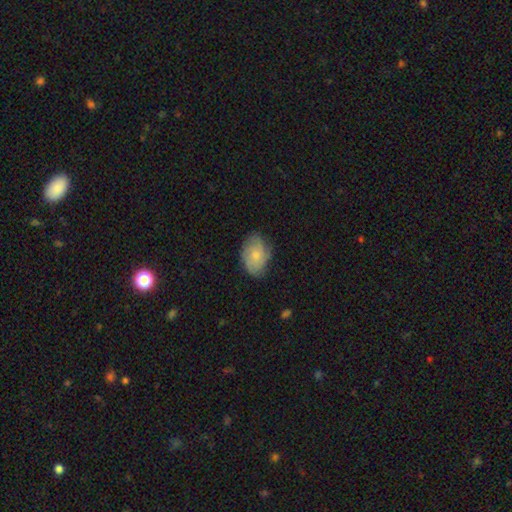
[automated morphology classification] smooth-or-featured: smooth: 60% | featured or disk: 33% | star or artifact: 7%
  how-rounded: in between: 82% | round: 16% | cigar-shaped: 1%
  merging: none: 66% | minor disturbance: 26% | major disturbance: 7% | merger: 1%